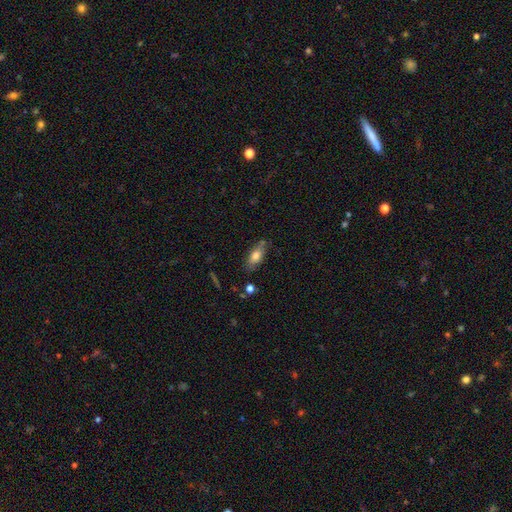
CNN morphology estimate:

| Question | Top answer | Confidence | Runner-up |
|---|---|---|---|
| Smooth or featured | smooth | 75% | featured or disk (17%) |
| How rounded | in between | 81% | cigar-shaped (14%) |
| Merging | none | 69% | minor disturbance (20%) |